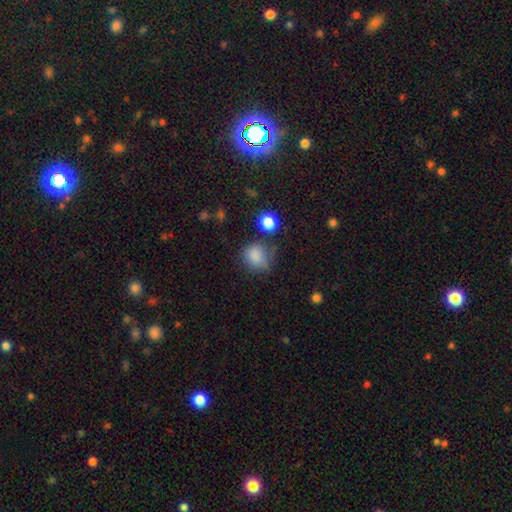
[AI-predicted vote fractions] This appears to be a smooth galaxy with no disk features (83%) that is round (75%). Merging: none (57%).